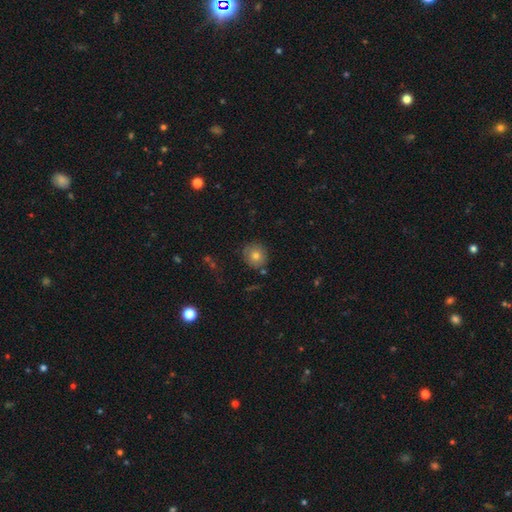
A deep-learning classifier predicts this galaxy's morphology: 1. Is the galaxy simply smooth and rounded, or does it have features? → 76% smooth, 13% featured or disk, 10% star or artifact.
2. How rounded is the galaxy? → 90% round, 9% in between, 1% cigar-shaped.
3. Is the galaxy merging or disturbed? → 82% none, 12% minor disturbance, 3% merger, 3% major disturbance.